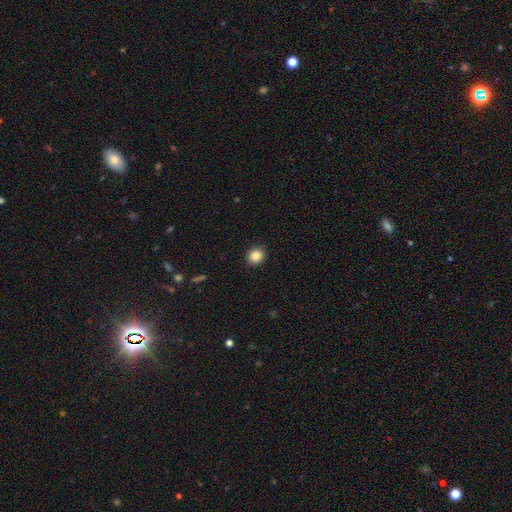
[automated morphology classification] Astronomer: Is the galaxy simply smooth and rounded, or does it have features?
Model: smooth — 86%.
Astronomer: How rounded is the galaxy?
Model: round — 82%.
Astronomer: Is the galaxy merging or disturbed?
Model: none — 91%.